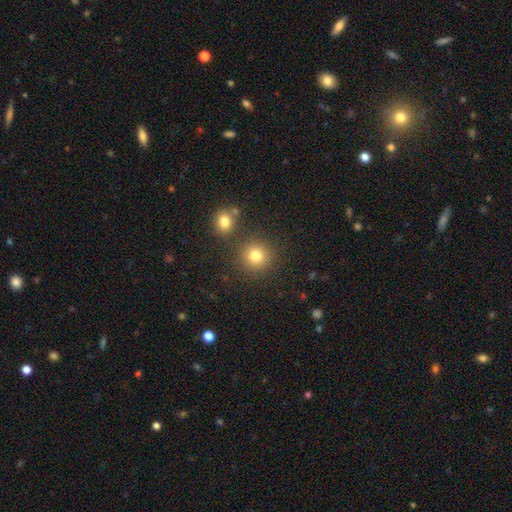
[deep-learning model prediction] smooth_or_featured: smooth (p=0.80) [alt: star or artifact p=0.14]
how_rounded: round (p=0.92) [alt: in between p=0.07]
merging: none (p=0.83) [alt: merger p=0.07]